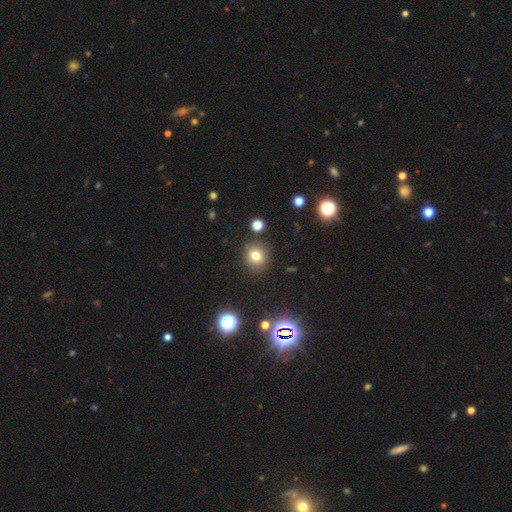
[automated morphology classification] type=smooth (76%); roundness=round (83%); merging=none (86%).